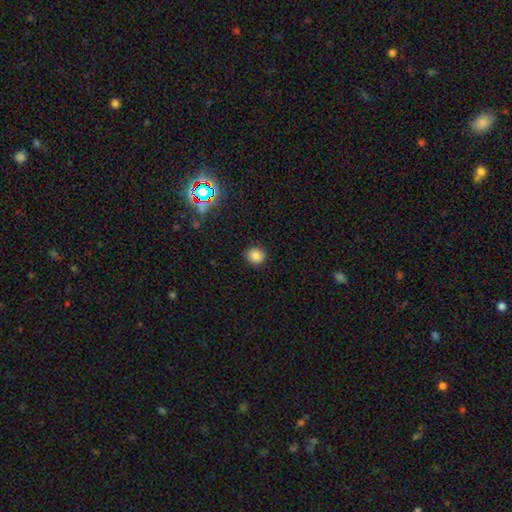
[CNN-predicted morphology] Q: Smooth or featured?
A: smooth (81%); runner-up: star or artifact (13%)
Q: How rounded?
A: round (84%); runner-up: in between (15%)
Q: Merging?
A: none (89%); runner-up: minor disturbance (7%)